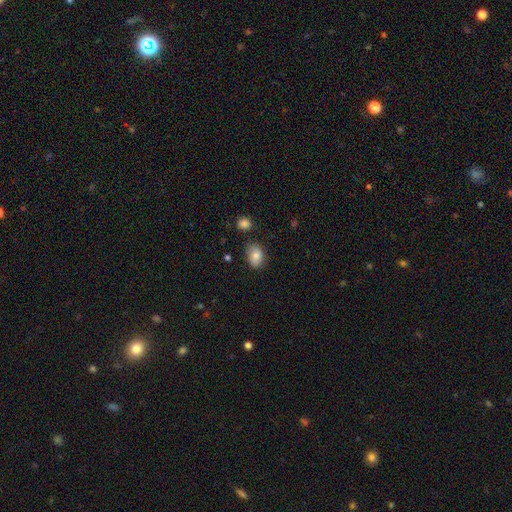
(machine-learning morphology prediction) The model was most divided on "merging": none: 76%, minor disturbance: 17%, major disturbance: 3%, merger: 3%. More confident: smooth or featured — smooth (82%); how rounded — in between (80%).